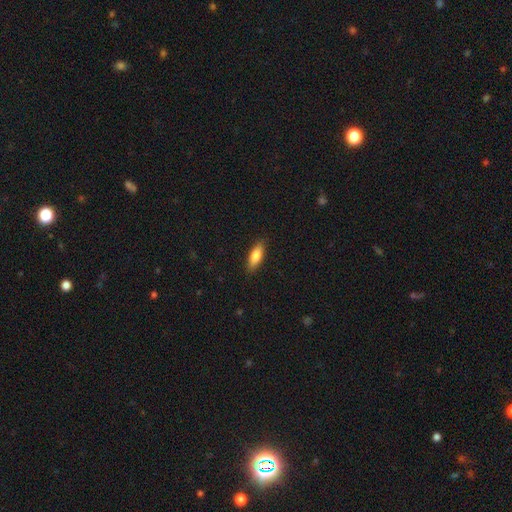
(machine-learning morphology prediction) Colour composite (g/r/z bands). It shows a smooth galaxy with no disk features (80%) that is in between round and cigar-shaped (62%). Merging: none (87%).